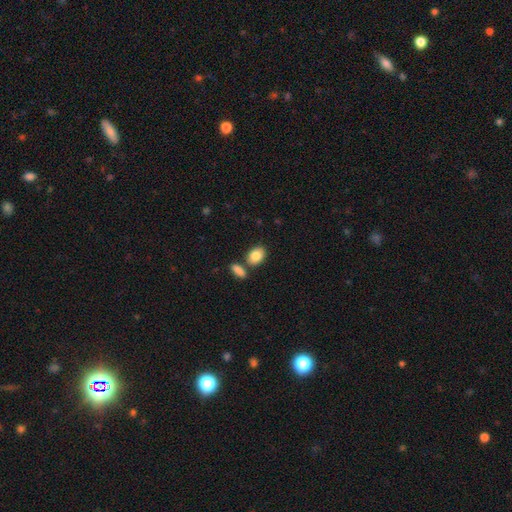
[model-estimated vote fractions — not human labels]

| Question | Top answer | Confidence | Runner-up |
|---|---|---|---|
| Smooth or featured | smooth | 86% | featured or disk (7%) |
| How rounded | in between | 83% | round (16%) |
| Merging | none | 66% | merger (20%) |